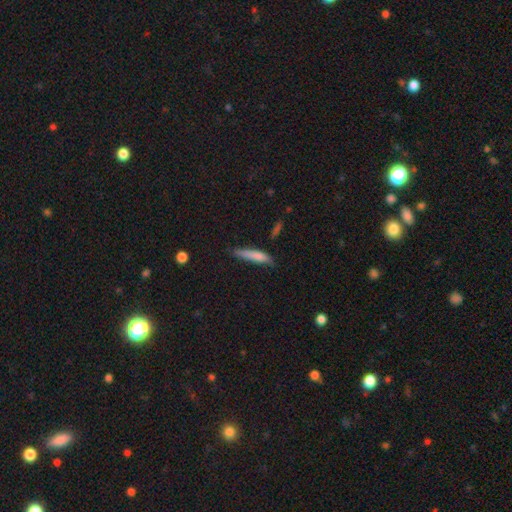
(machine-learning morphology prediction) type=smooth (78%); roundness=cigar-shaped (83%); merging=none (55%).